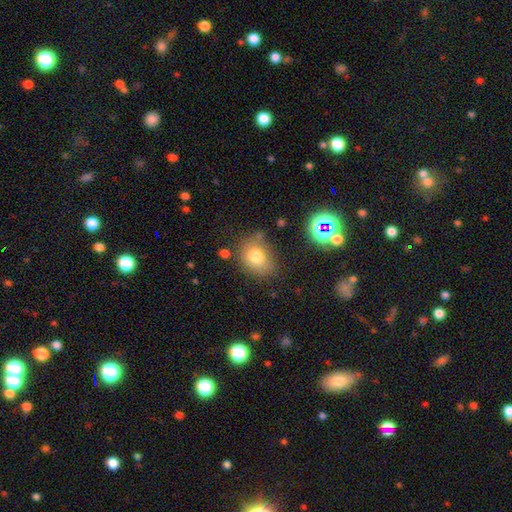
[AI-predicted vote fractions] smooth-or-featured: smooth: 74% | star or artifact: 14% | featured or disk: 12%
  how-rounded: round: 51% | in between: 48% | cigar-shaped: 1%
  merging: none: 65% | minor disturbance: 21% | major disturbance: 8% | merger: 6%